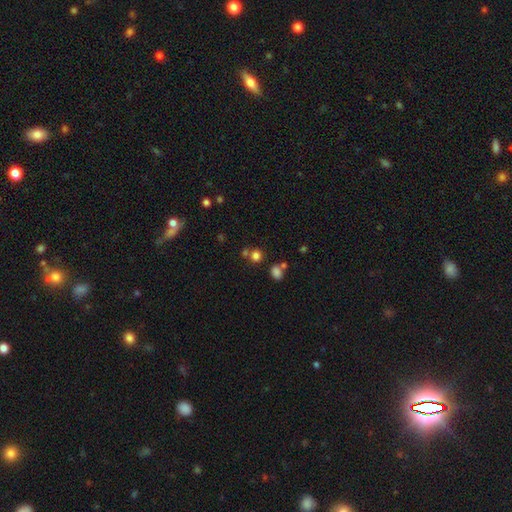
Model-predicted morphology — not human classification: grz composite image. It shows a smooth galaxy with no disk features (75%) that is round (82%). Merging: none (64%).